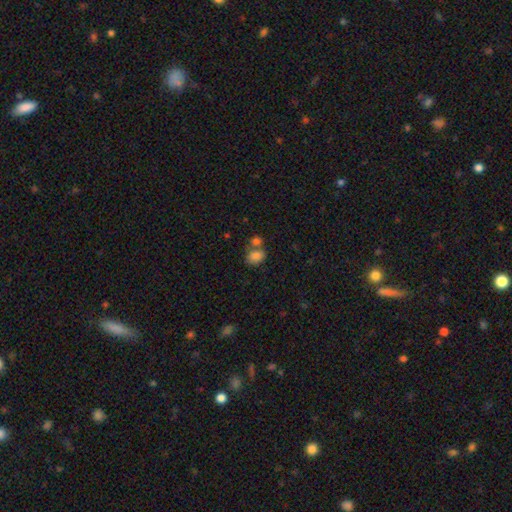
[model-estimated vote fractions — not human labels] This is clearly a smooth galaxy (83%). How rounded: likely in between (69%). Merging: possibly none (46%).